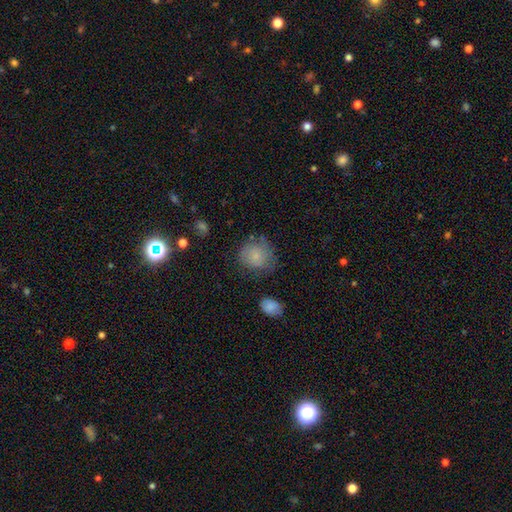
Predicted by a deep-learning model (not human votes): A smooth galaxy with no disk features (77%) that is round (82%).

Vote fractions:
- Smooth or featured? smooth: 77% / featured or disk: 13% / star or artifact: 10%
- How rounded? round: 82% / in between: 18% / cigar-shaped: 1%
- Merging? none: 62% / minor disturbance: 24% / major disturbance: 10% / merger: 4%